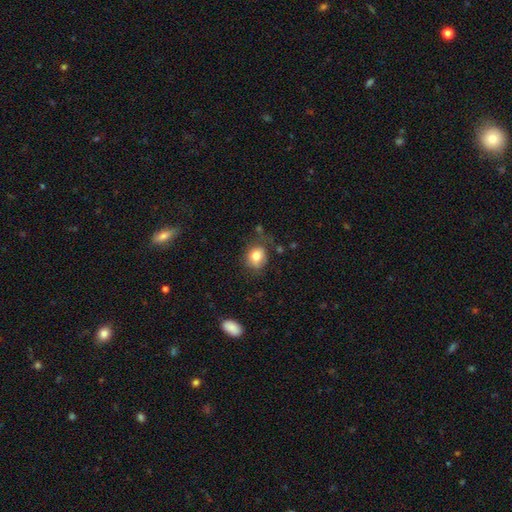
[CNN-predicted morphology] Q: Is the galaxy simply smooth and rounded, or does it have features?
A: smooth — 79%.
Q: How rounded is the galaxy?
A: round — 62%.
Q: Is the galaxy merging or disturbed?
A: none — 68%.